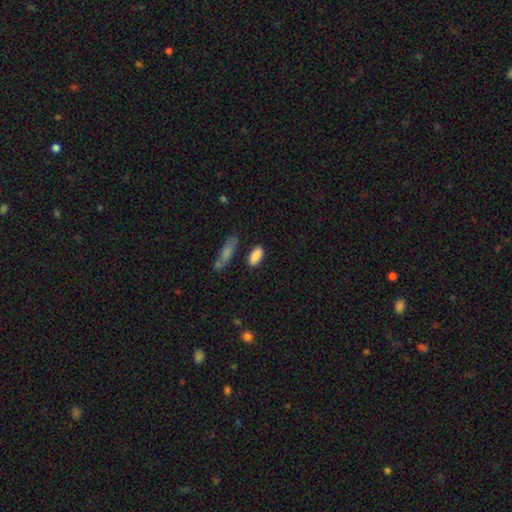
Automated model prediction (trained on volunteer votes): Smooth or featured? smooth (87%)
How rounded? in between (84%)
Merging? none (77%)